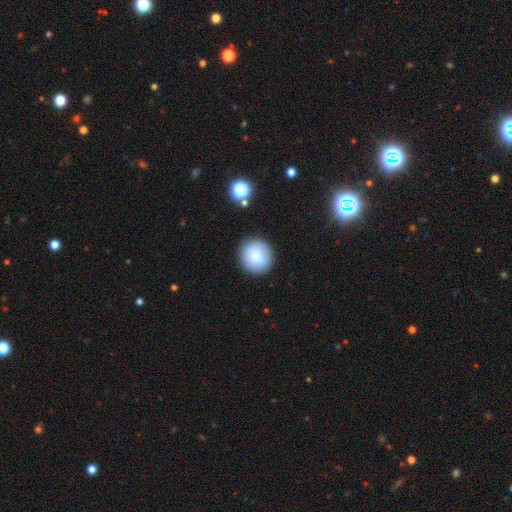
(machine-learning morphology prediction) Smooth or featured?
  - smooth: 85% *
  - star or artifact: 8%
  - featured or disk: 7%
How rounded?
  - round: 89% *
  - in between: 10%
  - cigar-shaped: 1%
Merging?
  - none: 87% *
  - minor disturbance: 8%
  - major disturbance: 3%
  - merger: 2%